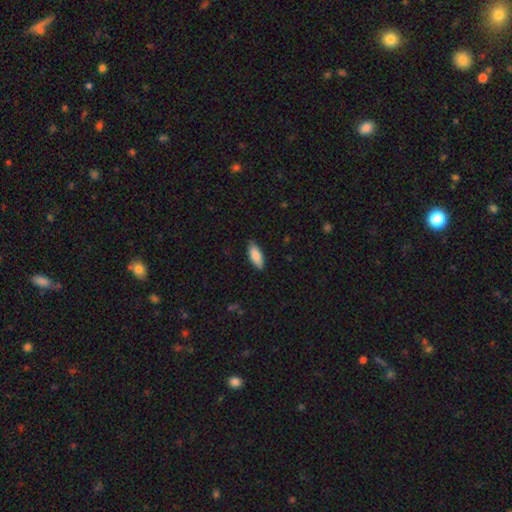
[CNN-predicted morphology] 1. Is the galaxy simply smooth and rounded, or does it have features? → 86% smooth, 8% featured or disk, 6% star or artifact.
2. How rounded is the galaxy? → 79% in between, 19% cigar-shaped, 2% round.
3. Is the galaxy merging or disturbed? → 85% none, 12% minor disturbance, 2% major disturbance, 1% merger.